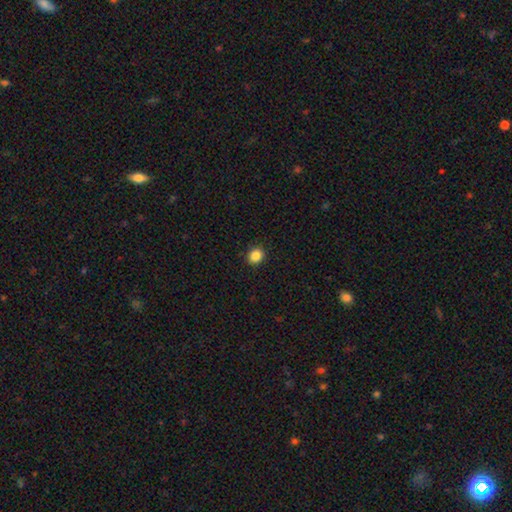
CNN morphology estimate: Smooth or featured: smooth — 86% (star or artifact — 11%)
How rounded: round — 80% (in between — 19%)
Merging: none — 91% (minor disturbance — 6%)